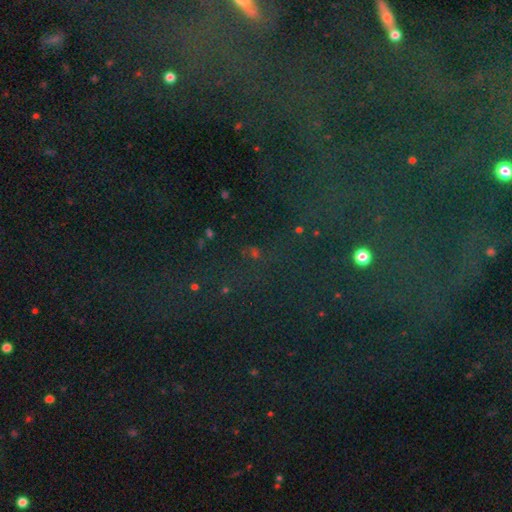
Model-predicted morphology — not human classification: Smooth or featured: star or artifact — 72% (smooth — 18%)